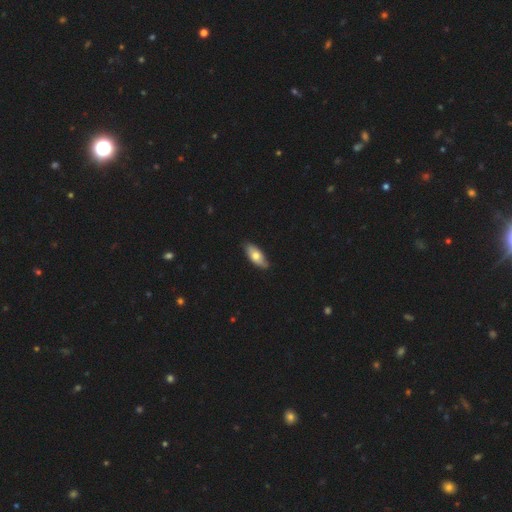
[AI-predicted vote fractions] A smooth galaxy with no disk features (68%) that is in between round and cigar-shaped (83%).

Vote fractions:
- Smooth or featured? smooth: 68% / featured or disk: 27% / star or artifact: 5%
- How rounded? in between: 83% / cigar-shaped: 15% / round: 2%
- Merging? none: 85% / minor disturbance: 12% / major disturbance: 2% / merger: 1%